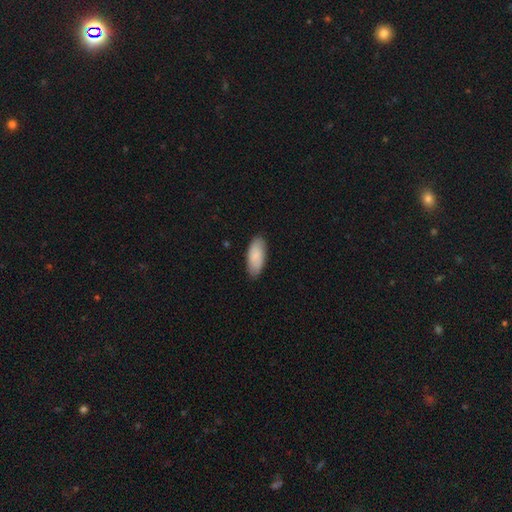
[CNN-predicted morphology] This appears to be a smooth galaxy with no disk features (85%) that is in between round and cigar-shaped (86%). Merging: none (85%).